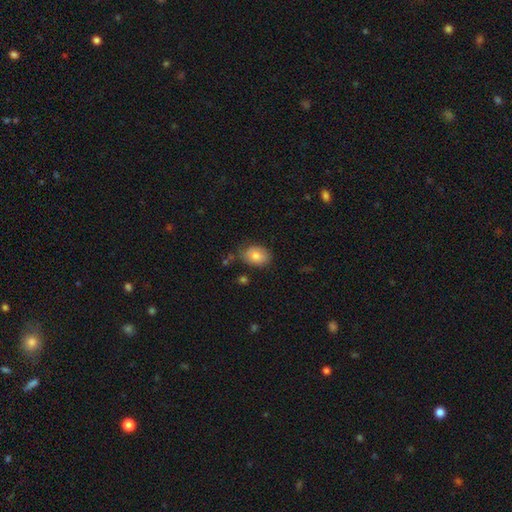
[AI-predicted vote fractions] Q: Smooth or featured?
A: smooth (82%); runner-up: featured or disk (10%)
Q: How rounded?
A: in between (76%); runner-up: round (23%)
Q: Merging?
A: none (72%); runner-up: minor disturbance (20%)